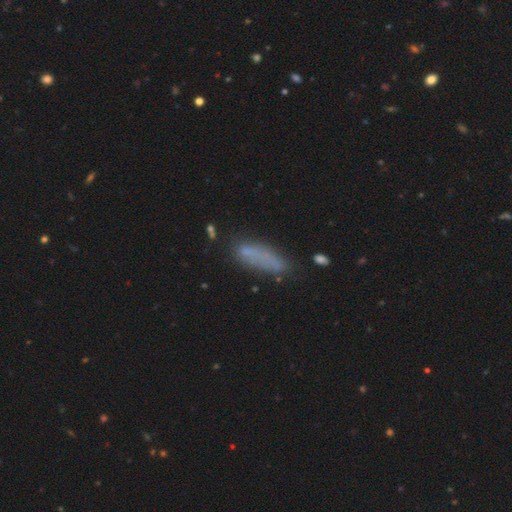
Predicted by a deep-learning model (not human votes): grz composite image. It shows a smooth galaxy with no disk features (69%) that is cigar-shaped (56%). Merging: none (58%).